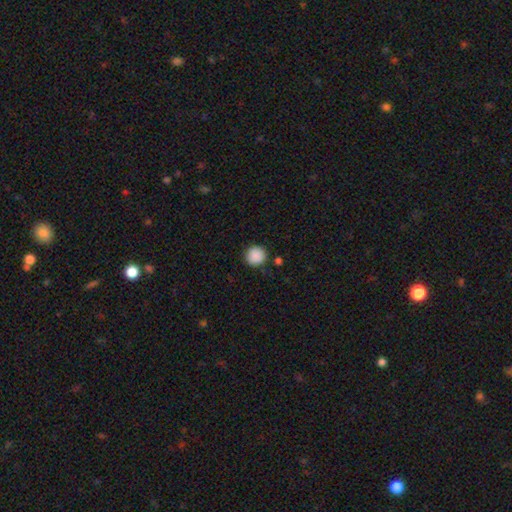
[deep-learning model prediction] Smooth or featured?
  - smooth: 89% *
  - star or artifact: 8%
  - featured or disk: 3%
How rounded?
  - round: 93% *
  - in between: 6%
  - cigar-shaped: 1%
Merging?
  - none: 87% *
  - minor disturbance: 8%
  - merger: 3%
  - major disturbance: 2%